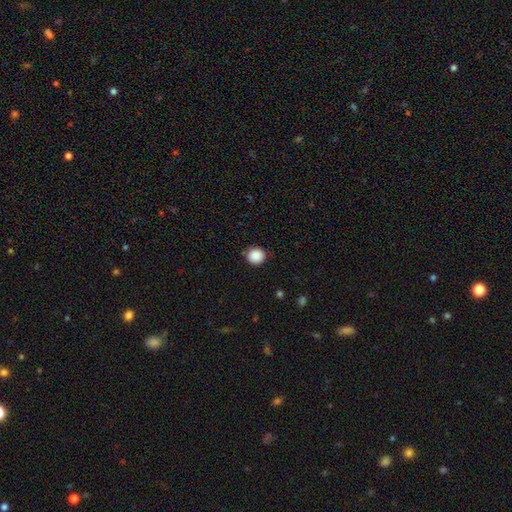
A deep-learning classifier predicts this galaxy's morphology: Q: Smooth or featured?
A: smooth (89%); runner-up: star or artifact (9%)
Q: How rounded?
A: round (91%); runner-up: in between (8%)
Q: Merging?
A: none (88%); runner-up: minor disturbance (9%)